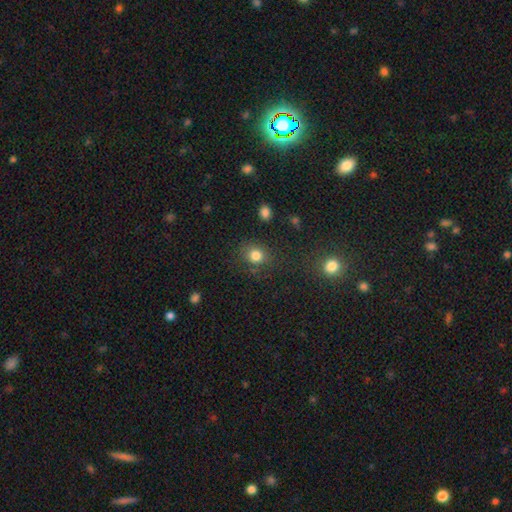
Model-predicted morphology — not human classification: The model was most divided on "how rounded": round: 74%, in between: 25%, cigar-shaped: 1%. More confident: smooth or featured — smooth (81%); merging — none (80%).